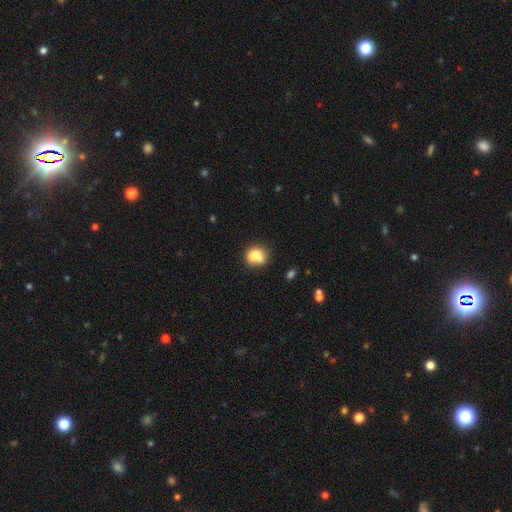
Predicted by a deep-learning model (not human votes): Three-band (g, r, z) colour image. It shows a smooth galaxy with no disk features (74%) that is round (65%). Merging: none (44%).